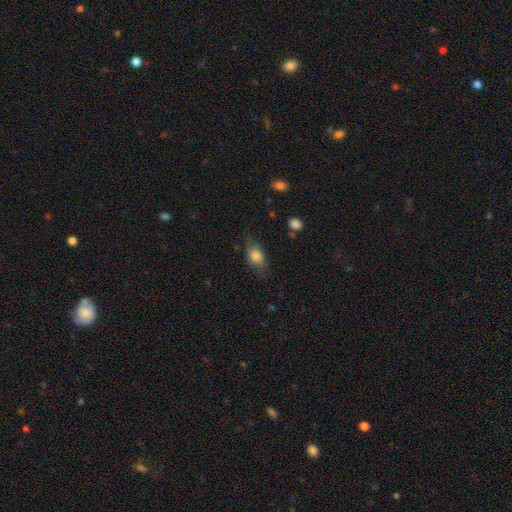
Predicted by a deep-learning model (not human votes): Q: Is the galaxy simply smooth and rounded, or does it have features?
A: smooth — 80%.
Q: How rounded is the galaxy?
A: in between — 78%.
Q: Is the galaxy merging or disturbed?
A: none — 68%.